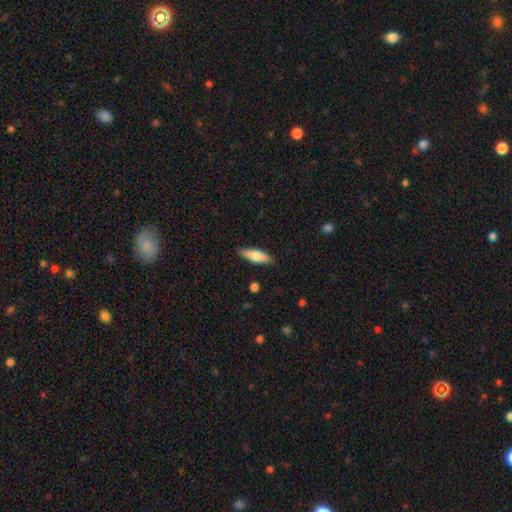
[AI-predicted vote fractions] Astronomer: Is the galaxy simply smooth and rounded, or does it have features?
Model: smooth — 70%.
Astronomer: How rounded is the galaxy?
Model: in between — 55% (runner-up: cigar-shaped, 43%).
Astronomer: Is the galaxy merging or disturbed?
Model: none — 87%.